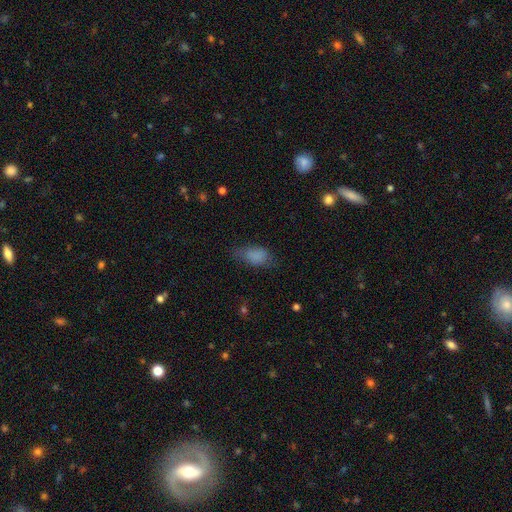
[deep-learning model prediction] A smooth galaxy with no disk features (80%) that is in between round and cigar-shaped (89%).

Vote fractions:
- Smooth or featured? smooth: 80% / featured or disk: 10% / star or artifact: 10%
- How rounded? in between: 89% / round: 6% / cigar-shaped: 5%
- Merging? none: 56% / minor disturbance: 29% / major disturbance: 14% / merger: 2%